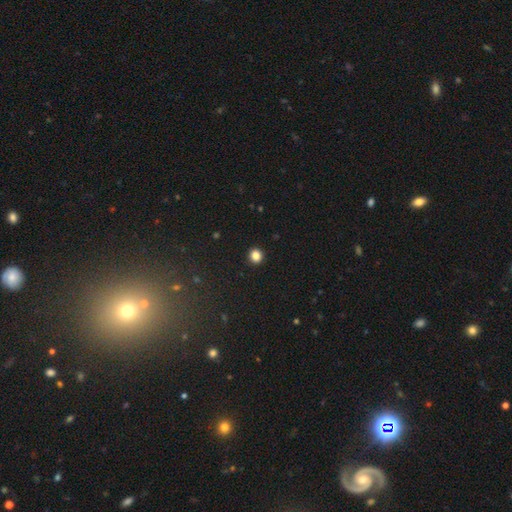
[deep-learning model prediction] The model was most divided on "smooth or featured": smooth: 84%, star or artifact: 12%, featured or disk: 4%. More confident: merging — none (93%); how rounded — round (91%).